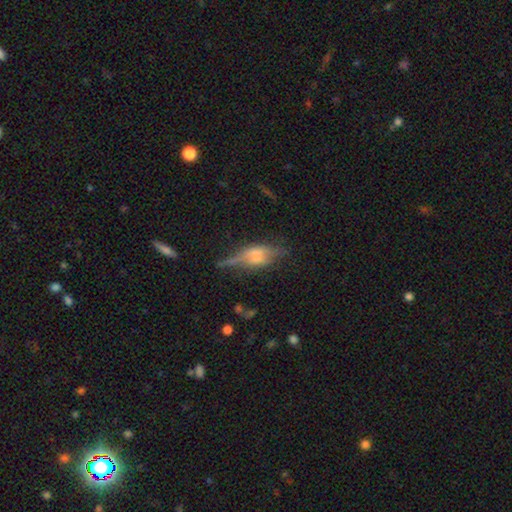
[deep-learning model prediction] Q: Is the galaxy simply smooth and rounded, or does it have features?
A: featured or disk — 62%.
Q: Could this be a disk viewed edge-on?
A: yes — 82%.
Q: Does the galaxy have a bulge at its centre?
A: rounded — 65%.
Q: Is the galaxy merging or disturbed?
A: none — 56%.